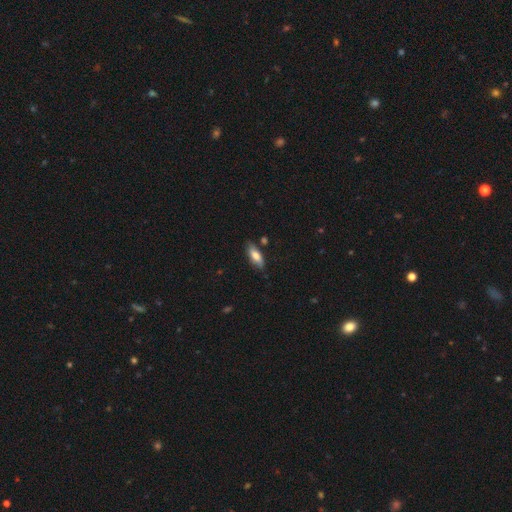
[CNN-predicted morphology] Smooth or featured? Predicted: smooth (p=0.74). How rounded? Predicted: in between (p=0.72). Merging? Predicted: none (p=0.79).